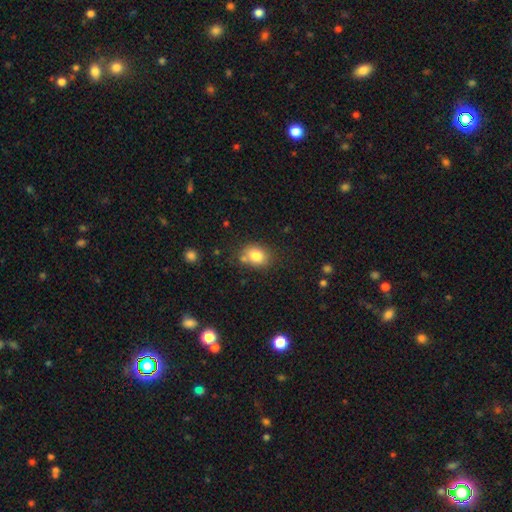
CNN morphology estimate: A smooth galaxy with no disk features (81%) that is in between round and cigar-shaped (55%).

Vote fractions:
- Smooth or featured? smooth: 81% / star or artifact: 10% / featured or disk: 9%
- How rounded? in between: 55% / round: 44% / cigar-shaped: 1%
- Merging? none: 67% / minor disturbance: 16% / merger: 12% / major disturbance: 4%